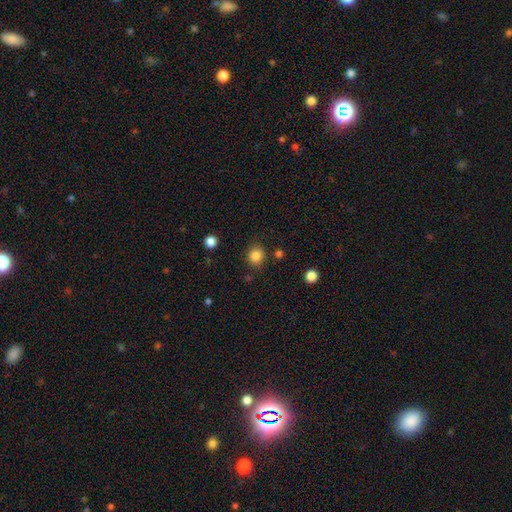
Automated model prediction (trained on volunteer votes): A smooth galaxy with no disk features (85%) that is round (84%).

Vote fractions:
- Smooth or featured? smooth: 85% / star or artifact: 11% / featured or disk: 4%
- How rounded? round: 84% / in between: 15% / cigar-shaped: 1%
- Merging? none: 84% / minor disturbance: 9% / merger: 3% / major disturbance: 3%